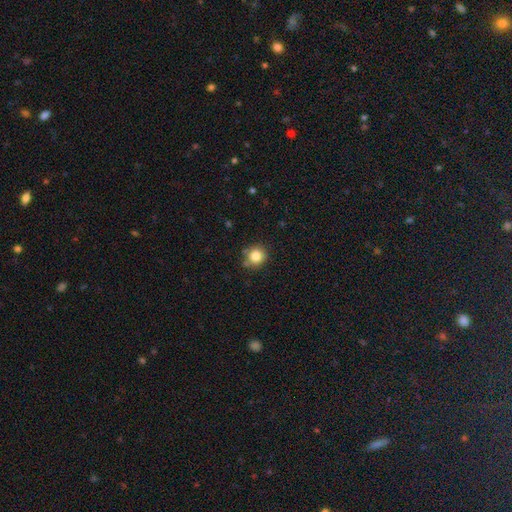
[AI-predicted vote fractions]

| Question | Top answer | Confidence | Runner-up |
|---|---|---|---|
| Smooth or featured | smooth | 83% | star or artifact (11%) |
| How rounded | round | 88% | in between (11%) |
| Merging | none | 79% | minor disturbance (13%) |